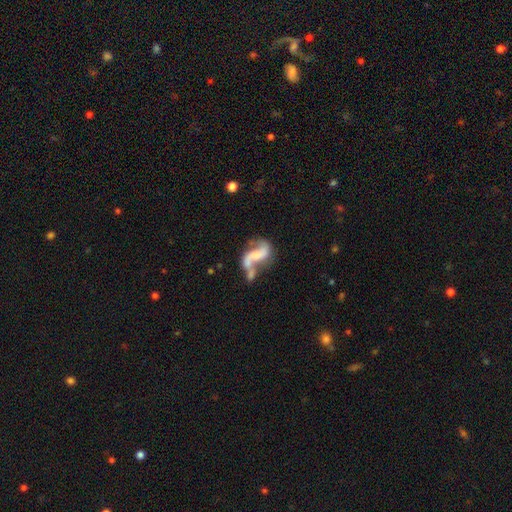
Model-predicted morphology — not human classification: Smooth or featured? Predicted: featured or disk (p=0.79). Edge-on disk? Predicted: no (p=0.97). Bar? Predicted: no (p=0.44). Spiral arms? Predicted: yes (p=0.89). Spiral winding? Predicted: loose (p=0.73). Spiral arm count? Predicted: 2 (p=0.87). Bulge size? Predicted: small (p=0.38). Merging? Predicted: merger (p=0.35).